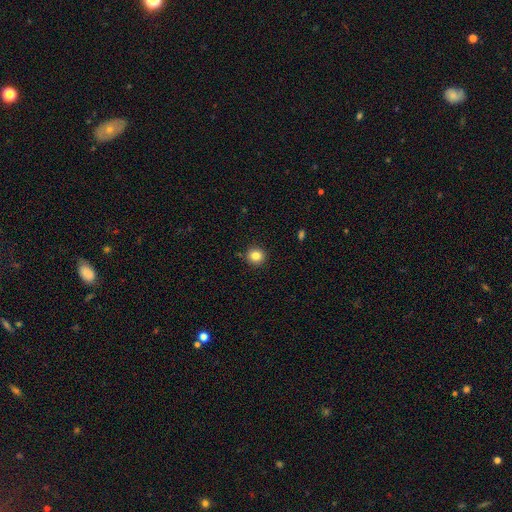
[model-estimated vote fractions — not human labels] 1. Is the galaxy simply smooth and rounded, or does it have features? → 84% smooth, 11% star or artifact, 6% featured or disk.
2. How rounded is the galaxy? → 91% round, 9% in between, 1% cigar-shaped.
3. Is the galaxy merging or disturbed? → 90% none, 7% minor disturbance, 2% major disturbance, 2% merger.